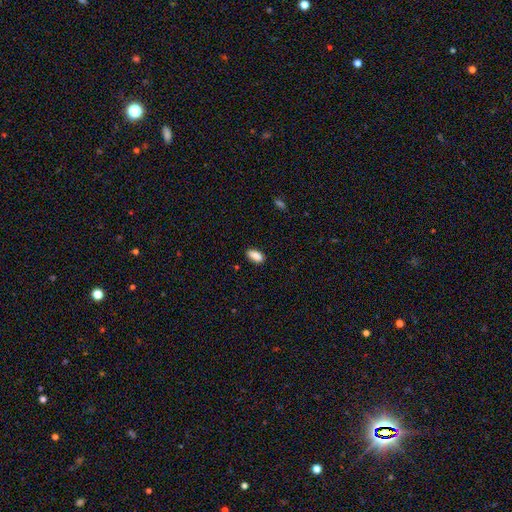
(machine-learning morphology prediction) Overall: smooth (88%). How rounded: in between (89%). Merging: none (85%).